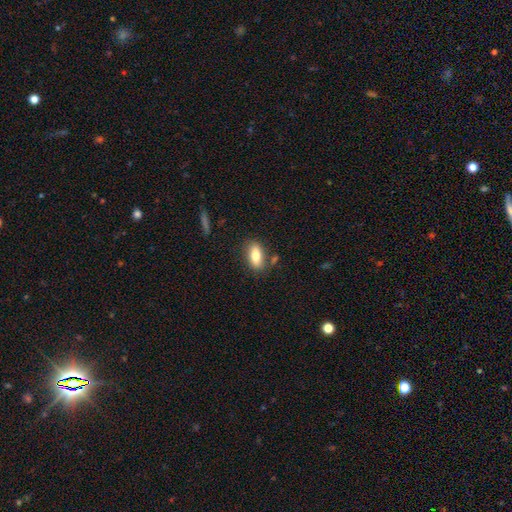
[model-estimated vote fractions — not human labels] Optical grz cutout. It shows a smooth galaxy with no disk features (76%) that is in between round and cigar-shaped (84%). Merging: none (80%).